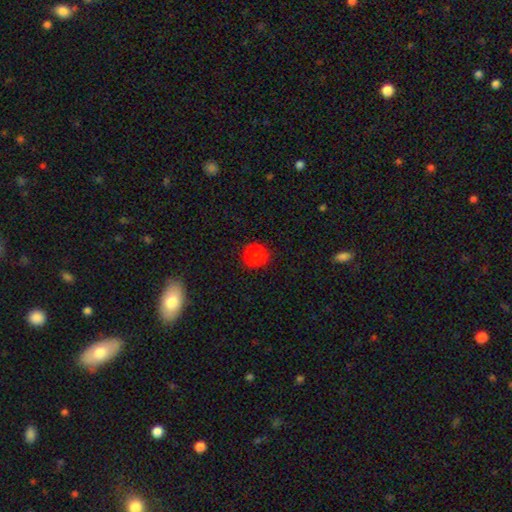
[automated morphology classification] The model was most divided on "smooth or featured": smooth: 73%, star or artifact: 23%, featured or disk: 5%. More confident: how rounded — round (92%); merging — none (89%).